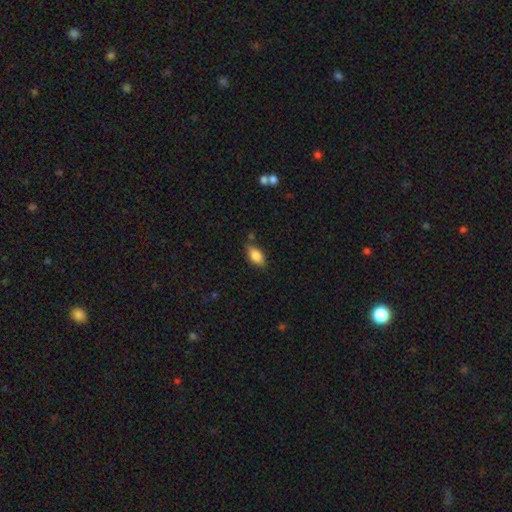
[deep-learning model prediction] Smooth or featured?
  - smooth: 82% *
  - featured or disk: 11%
  - star or artifact: 7%
How rounded?
  - in between: 88% *
  - cigar-shaped: 7%
  - round: 5%
Merging?
  - none: 78% *
  - minor disturbance: 16%
  - major disturbance: 3%
  - merger: 3%